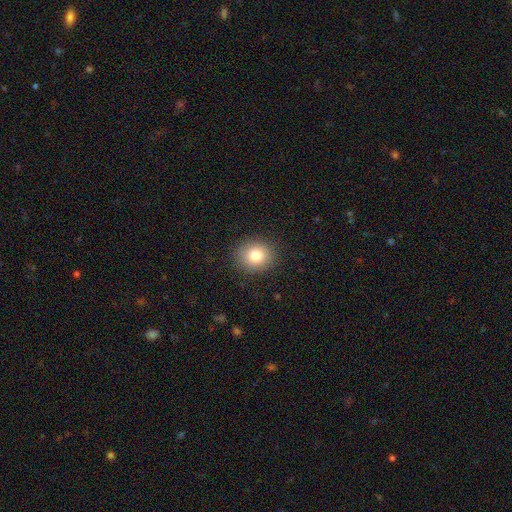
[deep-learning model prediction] smooth_or_featured: smooth (p=0.81) [alt: star or artifact p=0.11]
how_rounded: round (p=0.78) [alt: in between p=0.22]
merging: none (p=0.89) [alt: minor disturbance p=0.08]